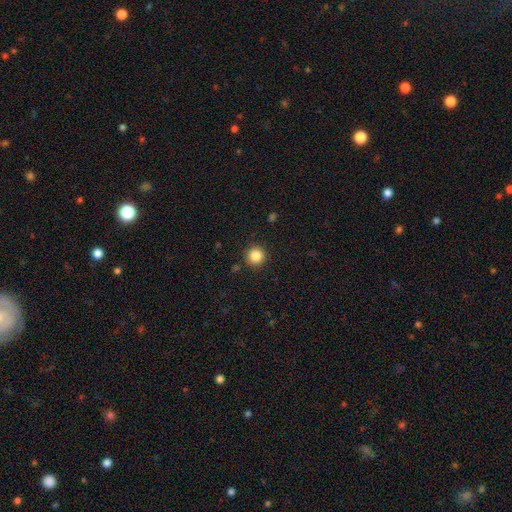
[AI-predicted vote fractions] The model was most divided on "smooth or featured": smooth: 85%, star or artifact: 11%, featured or disk: 4%. More confident: how rounded — round (95%); merging — none (91%).